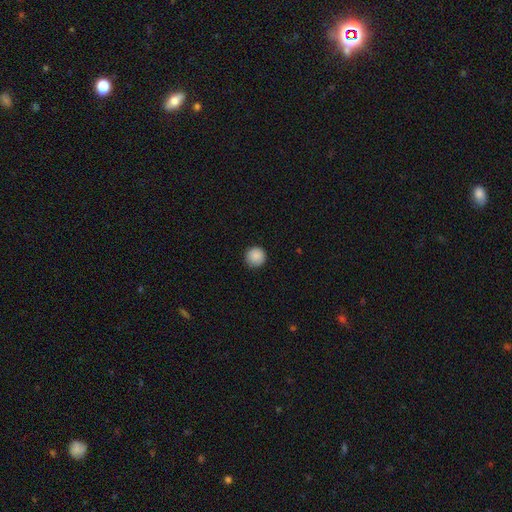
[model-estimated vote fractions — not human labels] smooth-or-featured: smooth: 89% | star or artifact: 8% | featured or disk: 3%
  how-rounded: round: 96% | in between: 3% | cigar-shaped: 1%
  merging: none: 90% | minor disturbance: 7% | major disturbance: 2% | merger: 1%